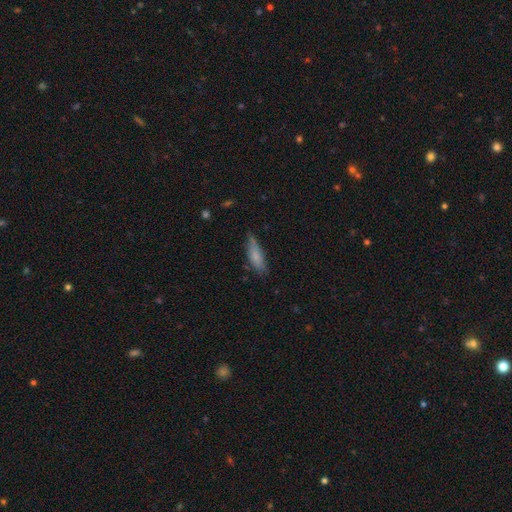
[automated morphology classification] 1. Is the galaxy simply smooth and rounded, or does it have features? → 77% smooth, 16% featured or disk, 7% star or artifact.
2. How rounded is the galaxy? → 52% cigar-shaped, 47% in between, 2% round.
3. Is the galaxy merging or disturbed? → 65% none, 27% minor disturbance, 5% major disturbance, 2% merger.